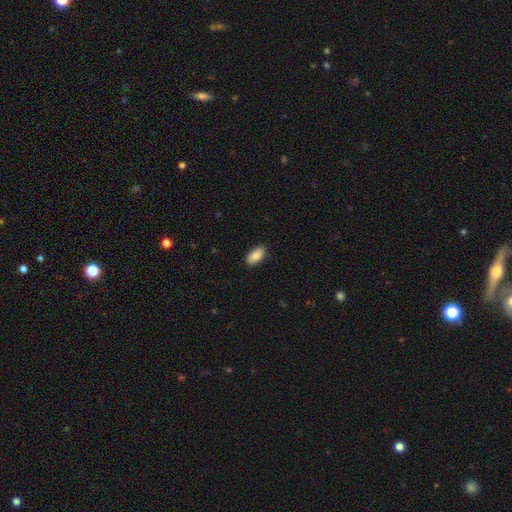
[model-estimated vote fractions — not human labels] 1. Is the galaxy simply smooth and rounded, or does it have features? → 85% smooth, 8% featured or disk, 6% star or artifact.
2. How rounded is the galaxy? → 92% in between, 5% cigar-shaped, 3% round.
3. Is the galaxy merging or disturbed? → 88% none, 9% minor disturbance, 2% major disturbance, 1% merger.